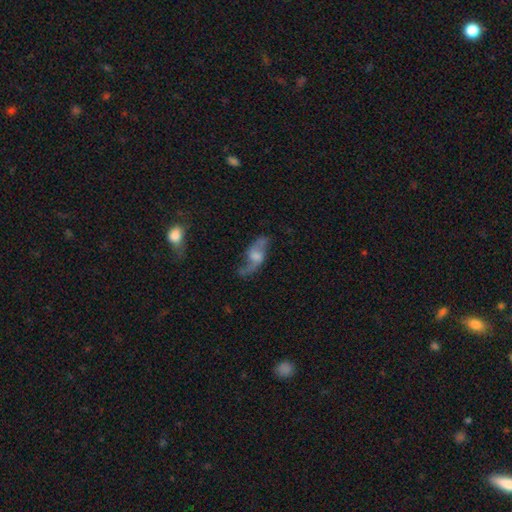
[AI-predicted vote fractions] Smooth or featured? featured or disk (77%)
Edge-on disk? no (91%)
Bar? no (48%)
Spiral arms? yes (92%)
Spiral winding? loose (75%)
Spiral arm count? 2 (89%)
Bulge size? moderate (41%)
Merging? none (65%)